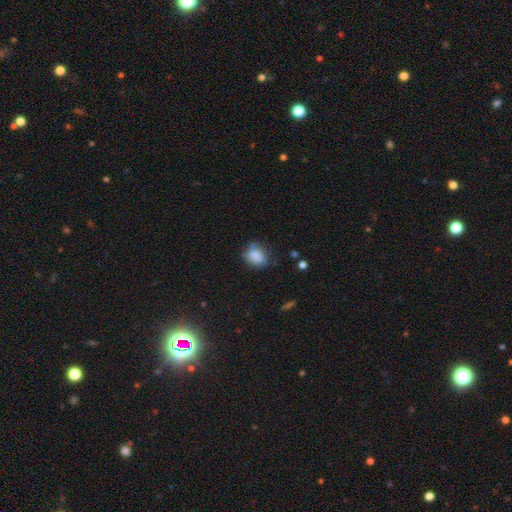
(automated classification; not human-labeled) This is clearly a smooth galaxy (83%). How rounded: likely in between (65%). Merging: possibly none (60%).